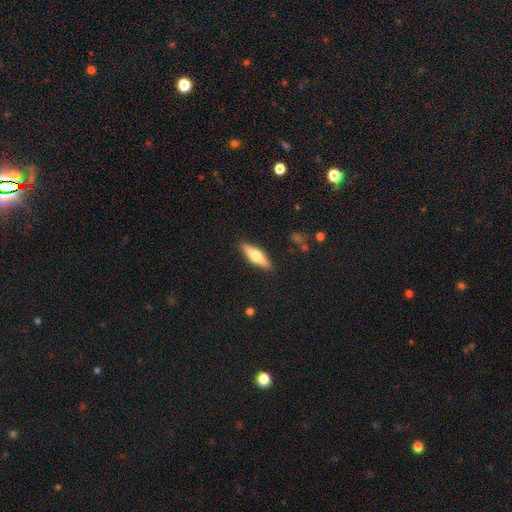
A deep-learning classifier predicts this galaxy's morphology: smooth 49%, featured or disk 45%, star or artifact 6%. Down the decision tree: merging — none (89%).